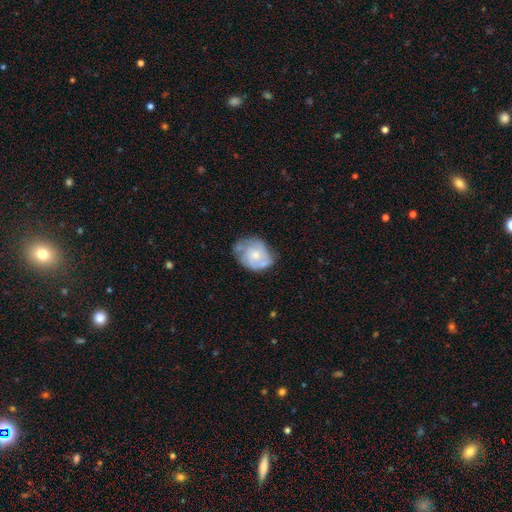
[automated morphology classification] type=featured or disk (58%); edge-on=no (98%); bar=no (80%); spiral arms=yes (69%); bulge=moderate (50%); merging=none (51%).